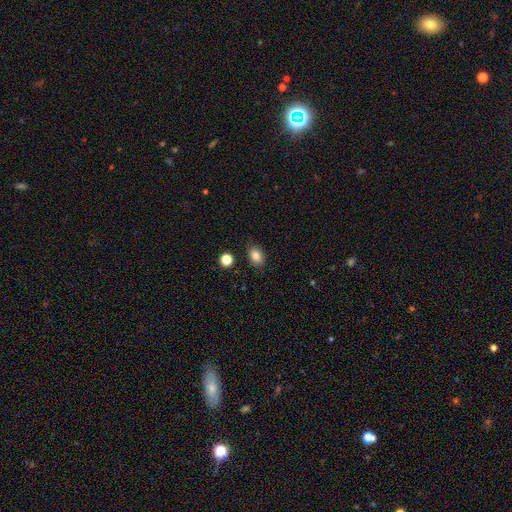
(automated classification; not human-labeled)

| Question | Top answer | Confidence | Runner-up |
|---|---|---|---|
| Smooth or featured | smooth | 84% | star or artifact (10%) |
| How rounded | in between | 77% | round (22%) |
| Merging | none | 83% | minor disturbance (12%) |